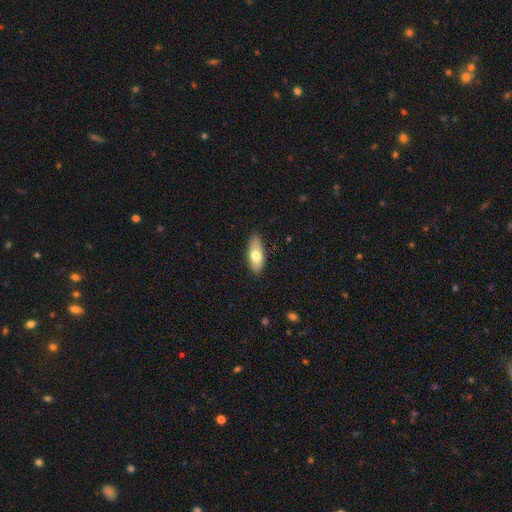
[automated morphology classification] Smooth or featured: smooth — 70% (featured or disk — 24%)
How rounded: in between — 79% (cigar-shaped — 18%)
Merging: none — 79% (minor disturbance — 17%)